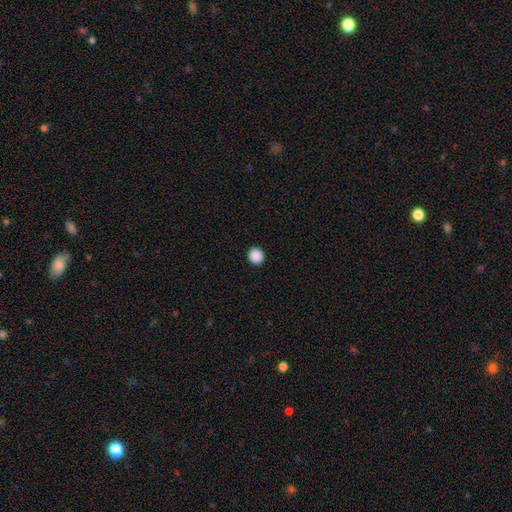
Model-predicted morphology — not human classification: Smooth or featured? Predicted: smooth (p=0.89). How rounded? Predicted: round (p=0.88). Merging? Predicted: none (p=0.93).